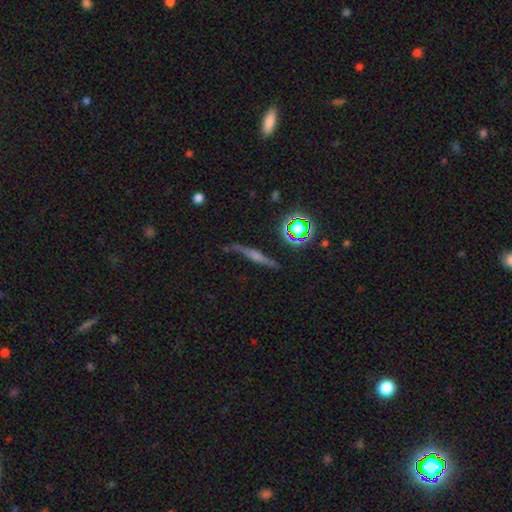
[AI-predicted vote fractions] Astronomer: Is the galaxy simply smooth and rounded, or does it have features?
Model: featured or disk — 57%.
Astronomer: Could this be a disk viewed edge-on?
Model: yes — 90%.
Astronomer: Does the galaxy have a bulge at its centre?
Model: rounded — 63%.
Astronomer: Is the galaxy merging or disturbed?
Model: none — 76%.